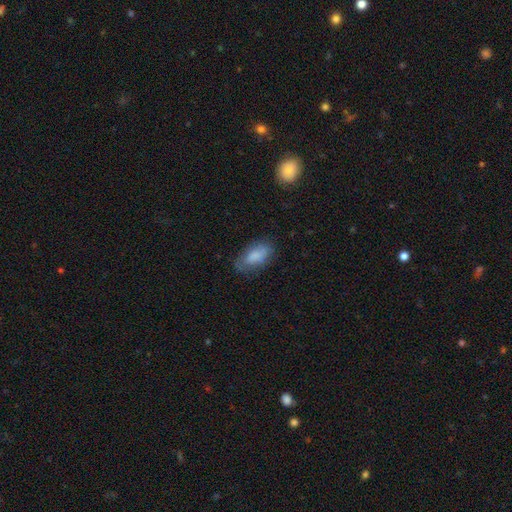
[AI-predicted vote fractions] smooth 76%, featured or disk 17%, star or artifact 7%. Down the decision tree: how rounded — in between (89%); merging — none (67%).